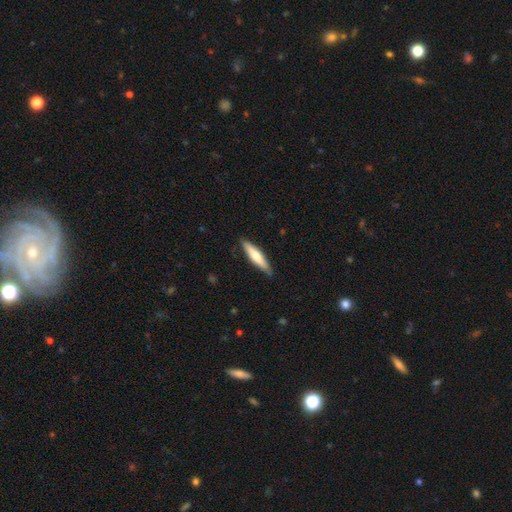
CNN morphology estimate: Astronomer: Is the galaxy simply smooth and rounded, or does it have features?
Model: smooth — 56% (runner-up: featured or disk, 39%).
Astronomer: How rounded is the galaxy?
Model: cigar-shaped — 82%.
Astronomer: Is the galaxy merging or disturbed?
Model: none — 87%.